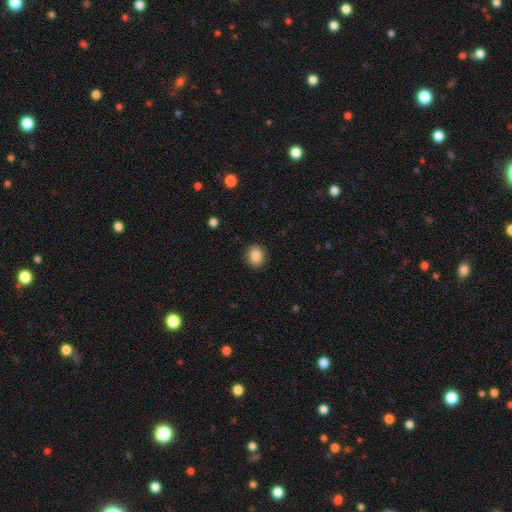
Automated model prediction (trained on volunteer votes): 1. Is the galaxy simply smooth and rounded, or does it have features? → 87% smooth, 9% star or artifact, 4% featured or disk.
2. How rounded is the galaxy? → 61% round, 38% in between, 1% cigar-shaped.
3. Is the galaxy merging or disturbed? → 89% none, 8% minor disturbance, 2% major disturbance, 1% merger.